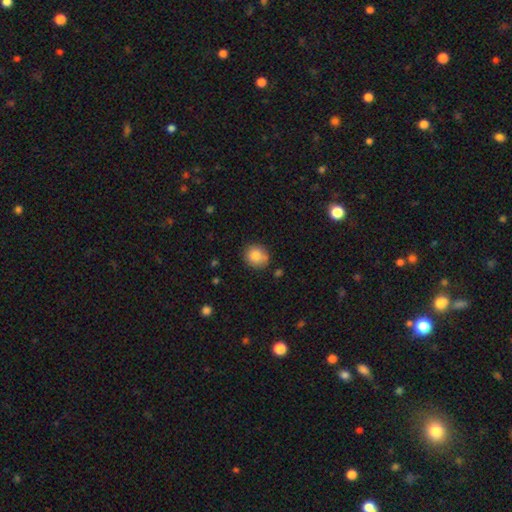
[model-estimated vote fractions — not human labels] Q: Smooth or featured?
A: smooth (84%); runner-up: star or artifact (9%)
Q: How rounded?
A: round (80%); runner-up: in between (19%)
Q: Merging?
A: none (77%); runner-up: minor disturbance (16%)